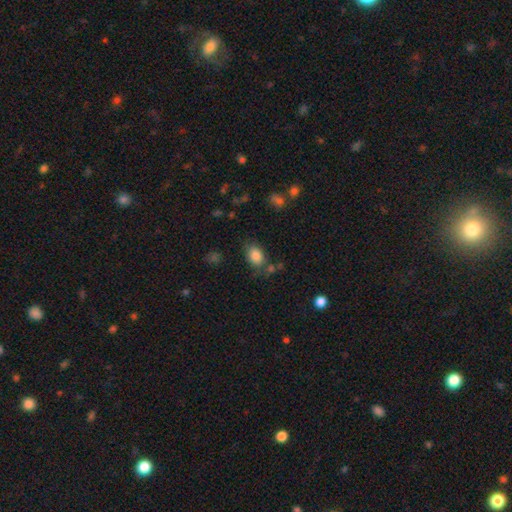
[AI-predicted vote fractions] A smooth galaxy with no disk features (85%) that is in between round and cigar-shaped (73%). Merging: none (69%).